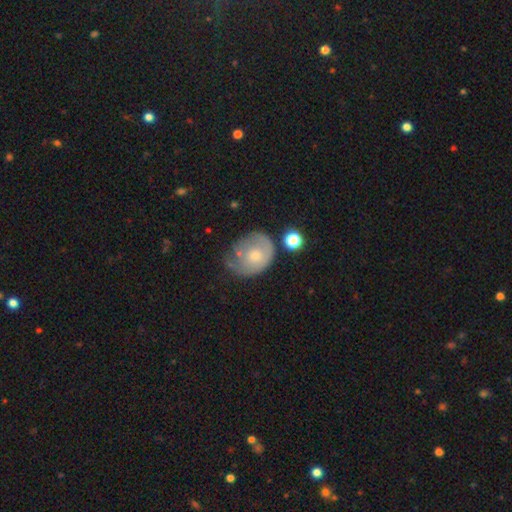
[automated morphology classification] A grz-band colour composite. It shows a smooth galaxy with no disk features (51%) that is round (51%). Merging: none (36%).